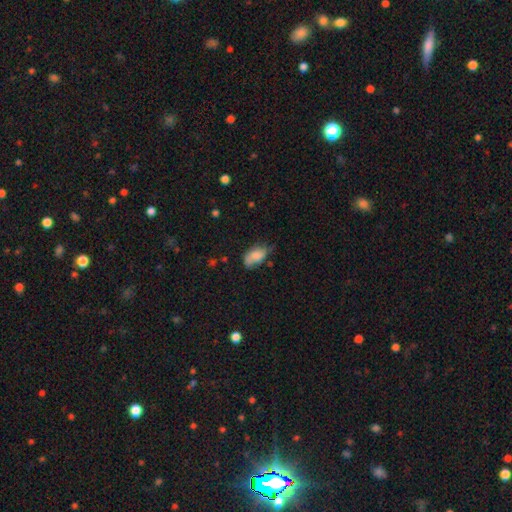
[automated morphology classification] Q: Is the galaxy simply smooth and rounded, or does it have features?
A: smooth — 70%.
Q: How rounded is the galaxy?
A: in between — 90%.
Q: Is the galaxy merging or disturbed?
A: none — 44%.